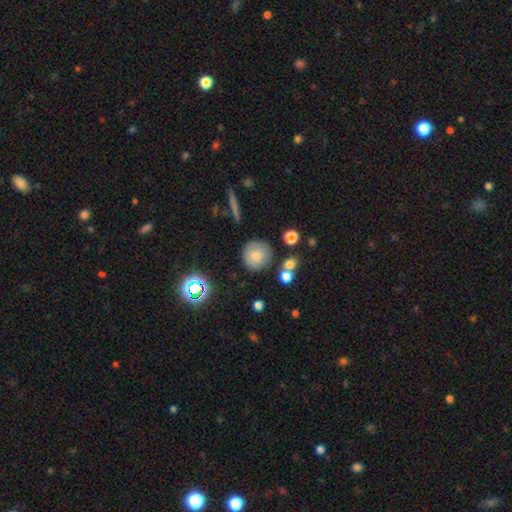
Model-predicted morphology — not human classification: Smooth or featured: smooth — 73% (featured or disk — 14%)
How rounded: round — 93% (in between — 6%)
Merging: none — 80% (minor disturbance — 11%)